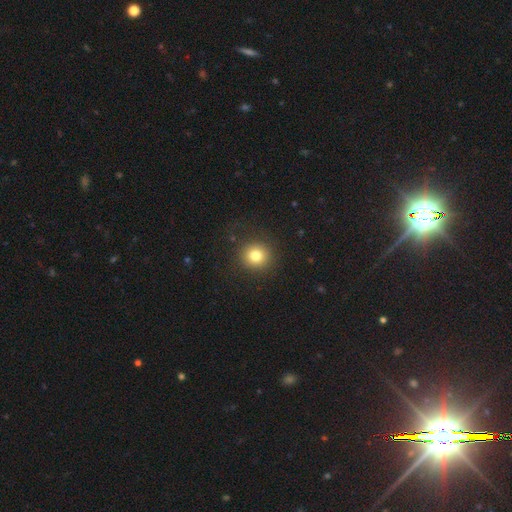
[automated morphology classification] Smooth or featured? Predicted: smooth (p=0.80). How rounded? Predicted: round (p=0.91). Merging? Predicted: none (p=0.88).